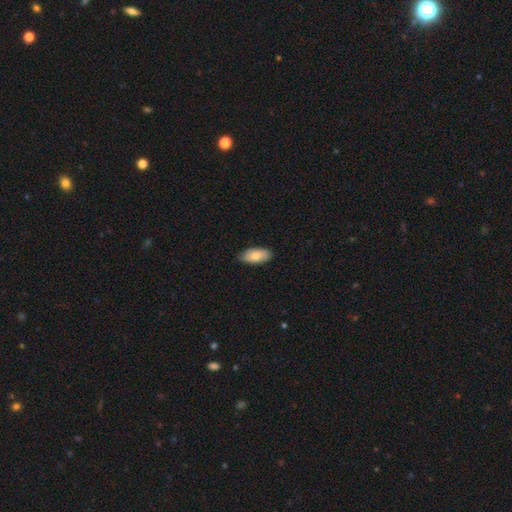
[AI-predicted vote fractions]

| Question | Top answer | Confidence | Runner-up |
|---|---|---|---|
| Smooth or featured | smooth | 79% | featured or disk (15%) |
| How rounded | in between | 91% | cigar-shaped (7%) |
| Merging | none | 88% | minor disturbance (10%) |